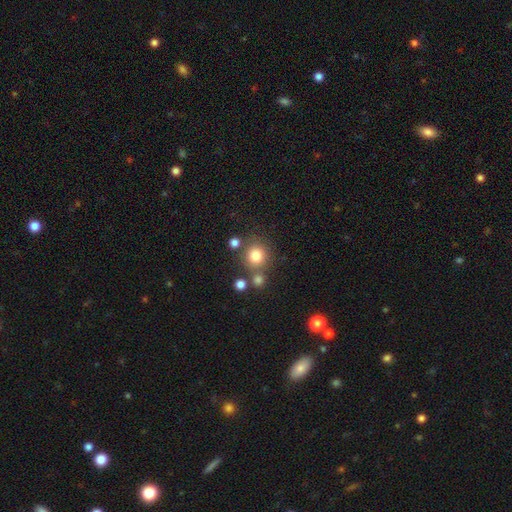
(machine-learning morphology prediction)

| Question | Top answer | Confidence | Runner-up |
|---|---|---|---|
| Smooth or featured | smooth | 79% | star or artifact (13%) |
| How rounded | round | 92% | in between (7%) |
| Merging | none | 73% | merger (14%) |